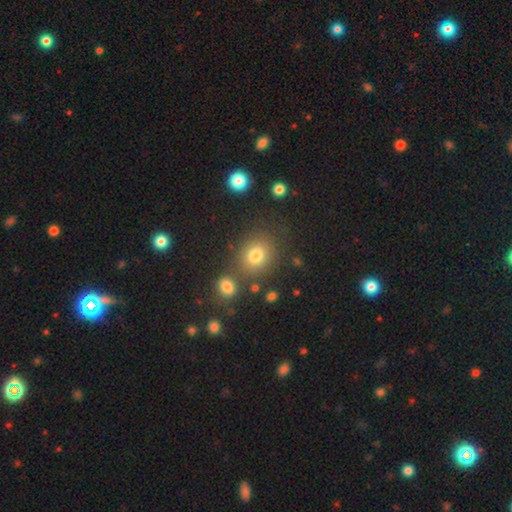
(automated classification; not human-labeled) smooth_or_featured: smooth (p=0.76) [alt: star or artifact p=0.15]
how_rounded: round (p=0.64) [alt: in between p=0.35]
merging: none (p=0.74) [alt: minor disturbance p=0.11]